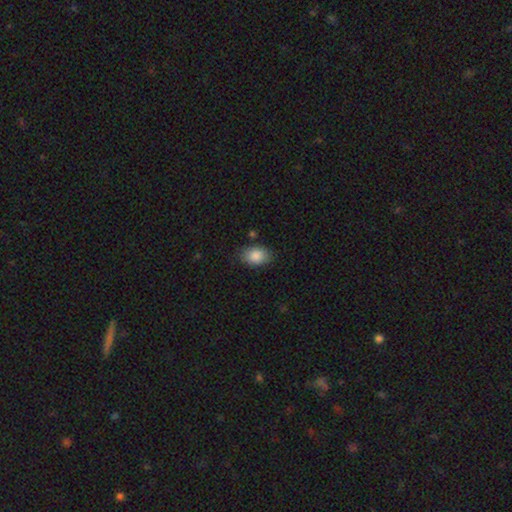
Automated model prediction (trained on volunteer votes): Smooth or featured: smooth — 88% (star or artifact — 7%)
How rounded: in between — 84% (round — 15%)
Merging: none — 81% (minor disturbance — 14%)